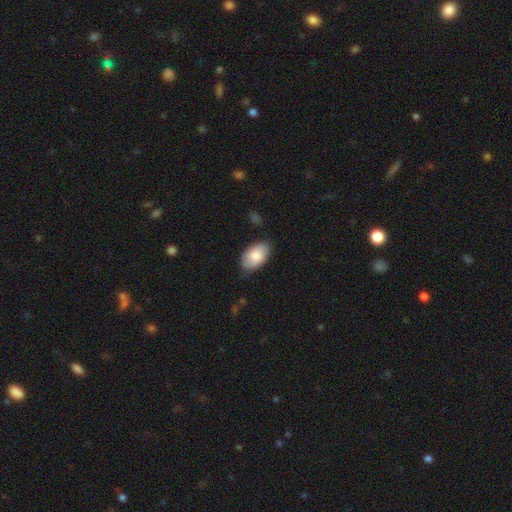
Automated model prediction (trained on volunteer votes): Morphology: type=smooth (80%); roundness=in between (93%); merging=none (77%).